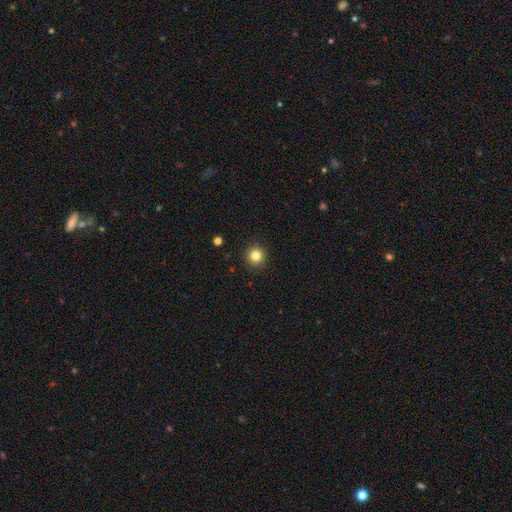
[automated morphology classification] A smooth galaxy with no disk features (82%) that is round (95%).

Vote fractions:
- Smooth or featured? smooth: 82% / star or artifact: 12% / featured or disk: 6%
- How rounded? round: 95% / in between: 4% / cigar-shaped: 1%
- Merging? none: 92% / minor disturbance: 5% / major disturbance: 2% / merger: 1%